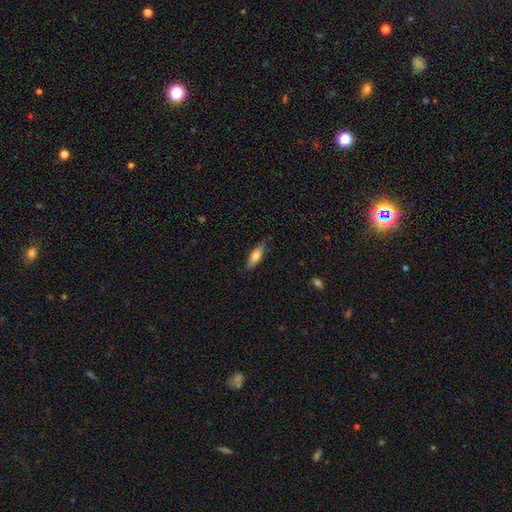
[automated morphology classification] Smooth or featured: smooth — 74% (featured or disk — 20%)
How rounded: in between — 50% (cigar-shaped — 48%)
Merging: none — 81% (minor disturbance — 15%)